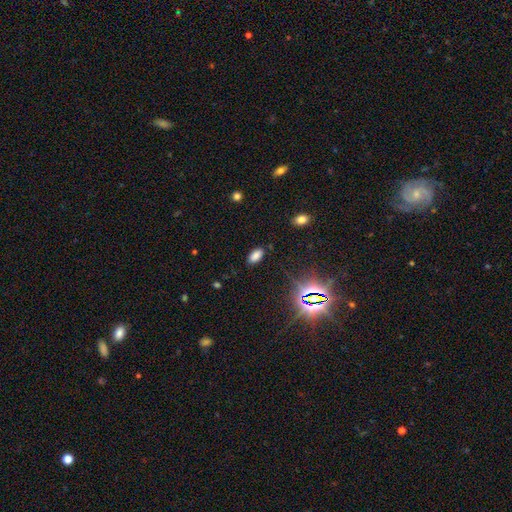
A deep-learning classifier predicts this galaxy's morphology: Smooth or featured? Predicted: smooth (p=0.77). How rounded? Predicted: in between (p=0.92). Merging? Predicted: none (p=0.86).